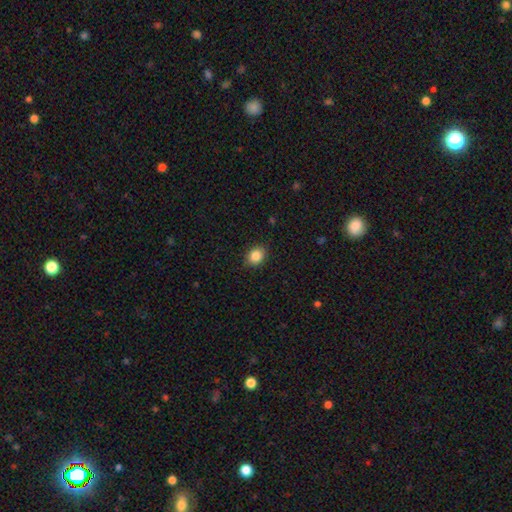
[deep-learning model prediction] Q: Smooth or featured?
A: smooth (86%); runner-up: star or artifact (9%)
Q: How rounded?
A: round (52%); runner-up: in between (47%)
Q: Merging?
A: none (88%); runner-up: minor disturbance (9%)